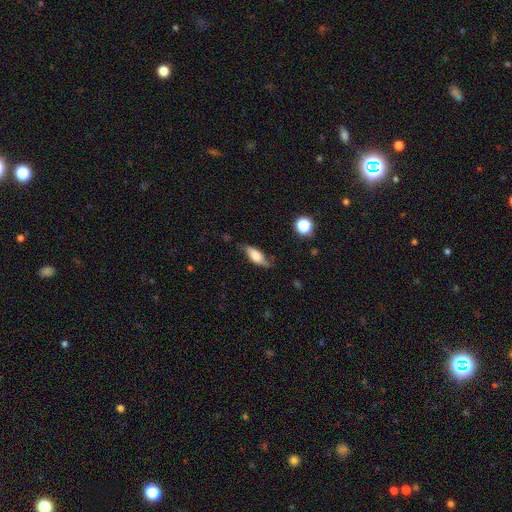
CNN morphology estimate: smooth 57%, featured or disk 34%, star or artifact 9%. Down the decision tree: how rounded — in between (72%); merging — none (63%).